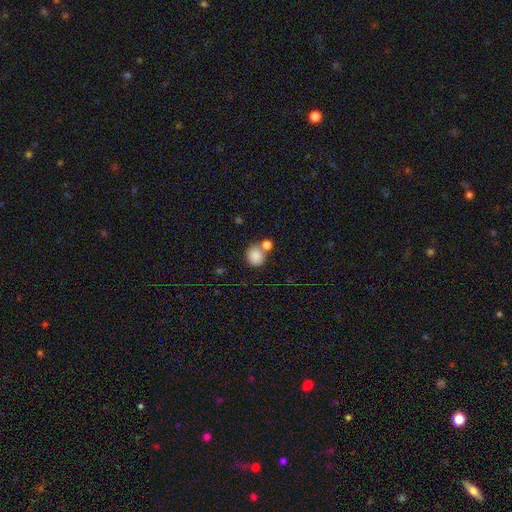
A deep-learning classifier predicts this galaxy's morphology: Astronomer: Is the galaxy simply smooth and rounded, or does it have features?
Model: smooth — 85%.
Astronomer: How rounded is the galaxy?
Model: round — 81%.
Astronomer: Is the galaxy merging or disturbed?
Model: none — 53% (runner-up: merger, 33%).